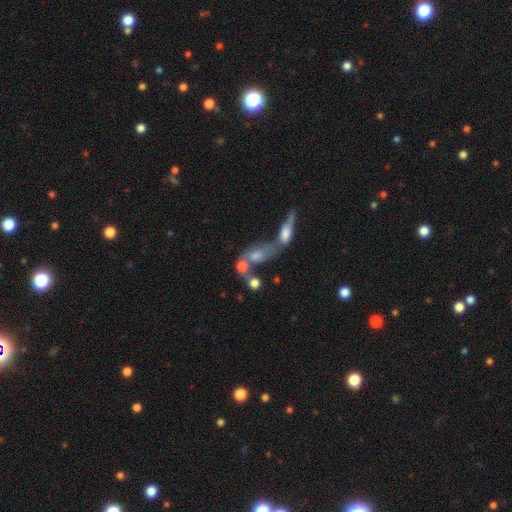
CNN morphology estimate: featured or disk 42%, smooth 38%, star or artifact 19%. Down the decision tree: merging — merger (60%).